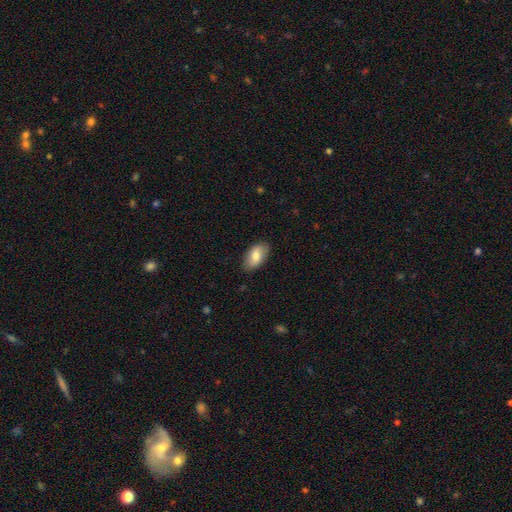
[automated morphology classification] smooth_or_featured: smooth (p=0.75) [alt: featured or disk p=0.19]
how_rounded: in between (p=0.93) [alt: round p=0.04]
merging: none (p=0.84) [alt: minor disturbance p=0.12]